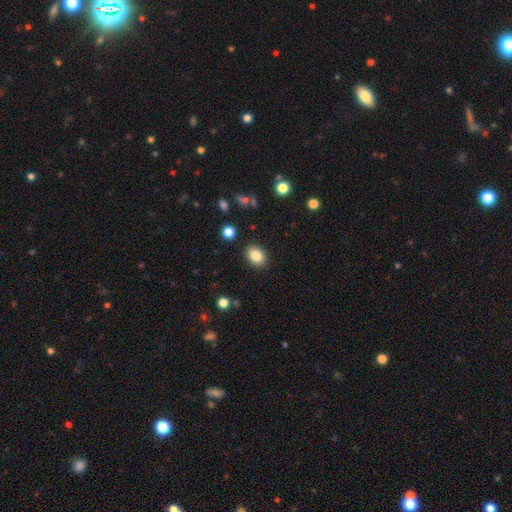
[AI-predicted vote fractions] The model was most divided on "how rounded": in between: 67%, round: 32%, cigar-shaped: 1%. More confident: merging — none (88%); smooth or featured — smooth (85%).